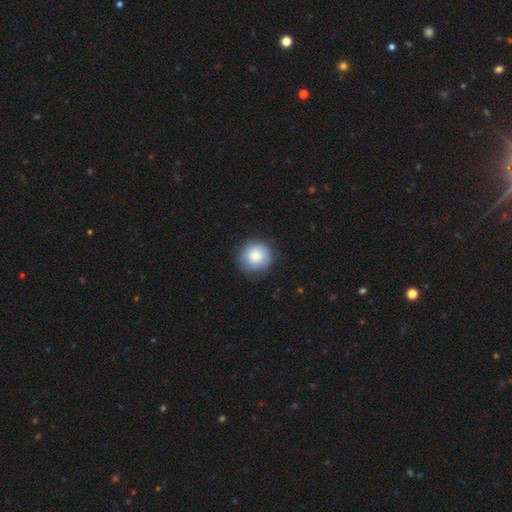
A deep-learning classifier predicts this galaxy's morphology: Smooth or featured? Predicted: smooth (p=0.81). How rounded? Predicted: round (p=0.93). Merging? Predicted: none (p=0.82).